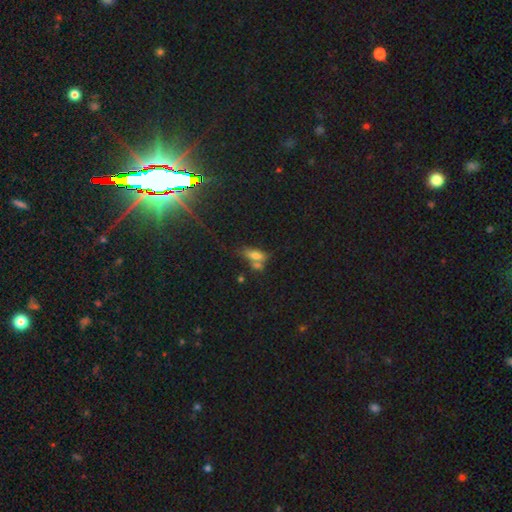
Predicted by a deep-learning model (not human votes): A smooth galaxy with no disk features (61%) that is in between round and cigar-shaped (68%).

Vote fractions:
- Smooth or featured? smooth: 61% / featured or disk: 22% / star or artifact: 16%
- How rounded? in between: 68% / cigar-shaped: 26% / round: 6%
- Merging? none: 42% / merger: 34% / minor disturbance: 15% / major disturbance: 9%